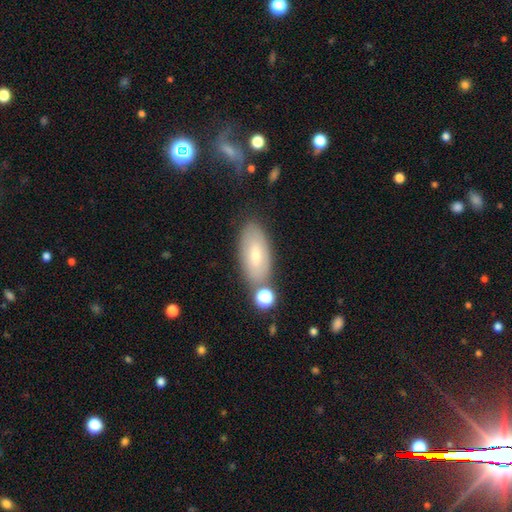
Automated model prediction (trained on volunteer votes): This appears to be a smooth galaxy with no disk features (61%) that is in between round and cigar-shaped (87%). Merging: none (74%).